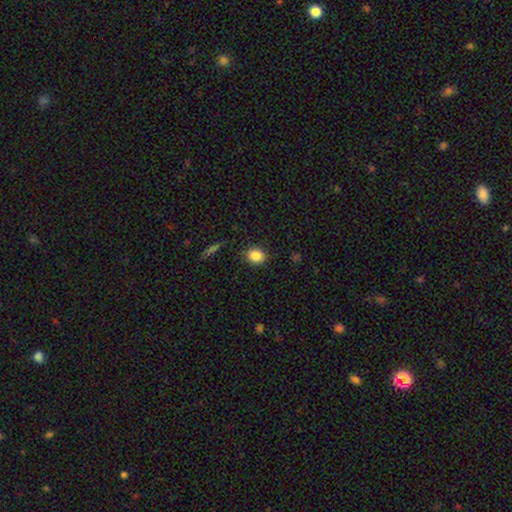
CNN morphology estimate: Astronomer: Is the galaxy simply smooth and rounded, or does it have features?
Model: smooth — 85%.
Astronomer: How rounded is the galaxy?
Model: round — 65%.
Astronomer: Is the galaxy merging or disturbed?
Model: none — 86%.